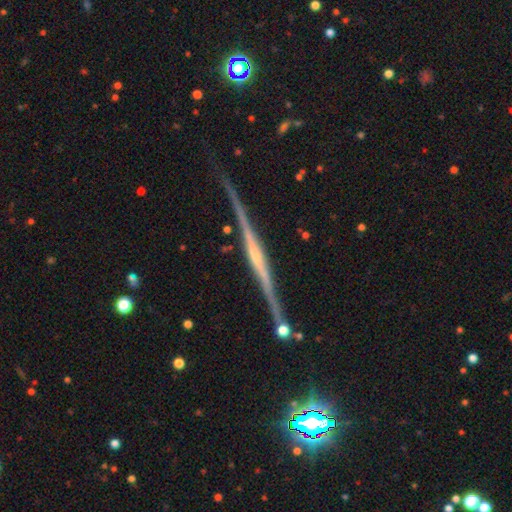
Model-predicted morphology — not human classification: A featured or disk galaxy (86%) viewed edge-on (98%) with a rounded central bulge (47%). Merging: none (84%).